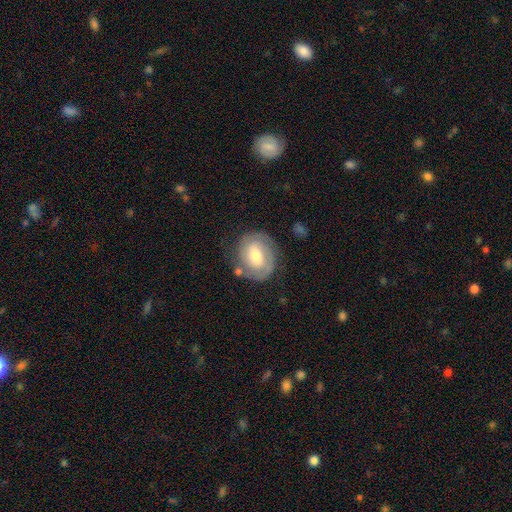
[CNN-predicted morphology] Smooth or featured? Predicted: featured or disk (p=0.70). Edge-on disk? Predicted: no (p=0.97). Bar? Predicted: weak (p=0.46). Spiral arms? Predicted: yes (p=0.87). Spiral winding? Predicted: tight (p=0.63). Spiral arm count? Predicted: 2 (p=0.67). Bulge size? Predicted: moderate (p=0.64). Merging? Predicted: none (p=0.76).